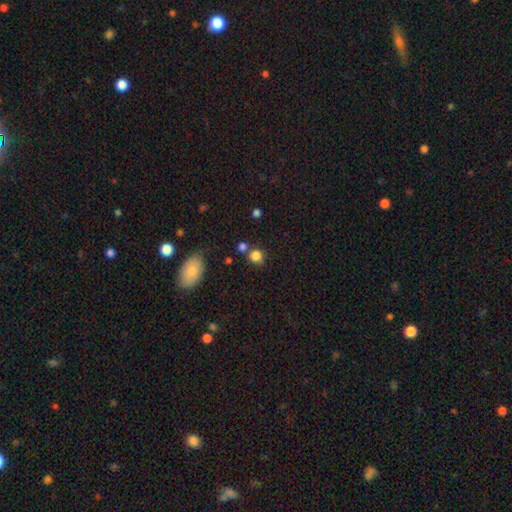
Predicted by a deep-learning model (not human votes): Smooth or featured?
  - smooth: 82% *
  - star or artifact: 12%
  - featured or disk: 5%
How rounded?
  - round: 79% *
  - in between: 20%
  - cigar-shaped: 1%
Merging?
  - none: 68% *
  - merger: 16%
  - minor disturbance: 12%
  - major disturbance: 4%